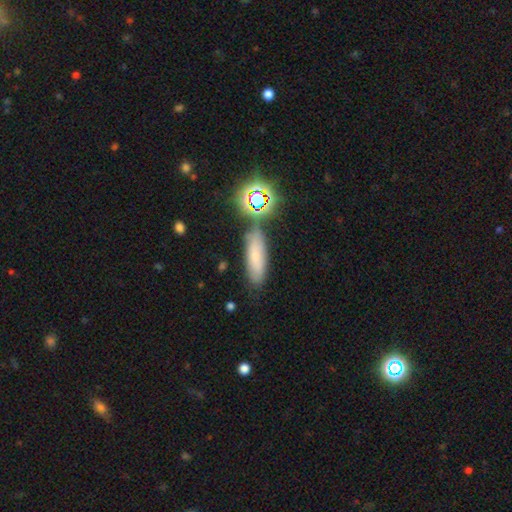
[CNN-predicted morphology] Smooth or featured? Predicted: smooth (p=0.59). How rounded? Predicted: in between (p=0.51). Merging? Predicted: none (p=0.74).